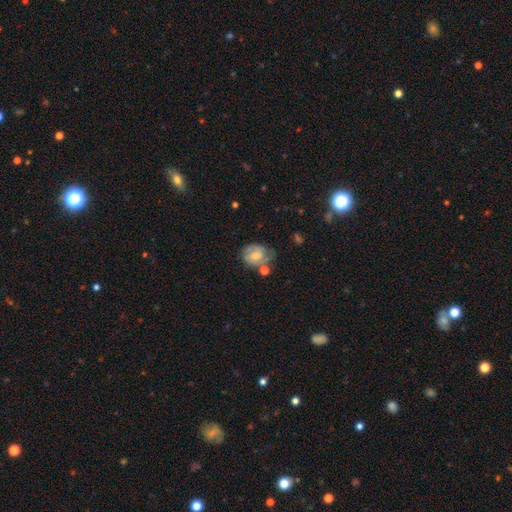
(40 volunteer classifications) A featured or disk galaxy (62%) with no bar (52%), 2 (80%) tight (47%) spiral arms (60%) and a small central bulge (52%).

Vote fractions:
- Smooth or featured? featured or disk: 62% / smooth: 38% / star or artifact: 0%
- Edge-on disk? no: 100% / yes: 0%
- Bar? no: 52% / weak: 40% / strong: 8%
- Spiral arms? yes: 60% / no: 40%
- Spiral winding? tight: 47% / medium: 33% / loose: 20%
- Spiral arm count? 2: 80% / can't tell: 20% / 1: 0% / 3: 0% / 4: 0% / more than 4: 0%
- Bulge size? small: 52% / moderate: 44% / none: 4% / dominant: 0% / large: 0%
- Merging? none: 55% / minor disturbance: 30% / major disturbance: 8% / merger: 8%